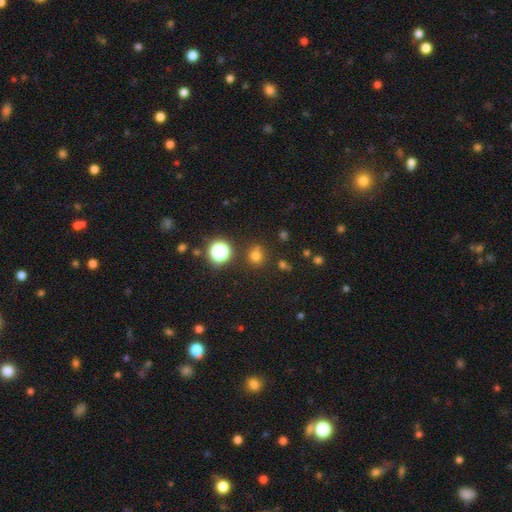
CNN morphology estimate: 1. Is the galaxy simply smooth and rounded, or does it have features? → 69% smooth, 25% star or artifact, 6% featured or disk.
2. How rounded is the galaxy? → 84% round, 15% in between, 1% cigar-shaped.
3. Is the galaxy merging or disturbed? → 80% none, 10% minor disturbance, 6% merger, 3% major disturbance.